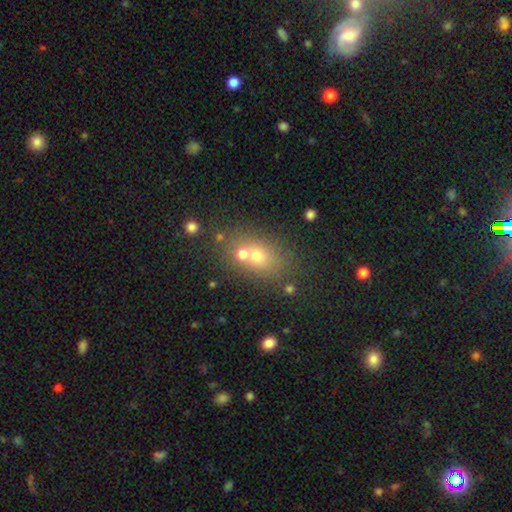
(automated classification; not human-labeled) Morphology: type=smooth (64%); roundness=in between (60%); merging=none (52%).